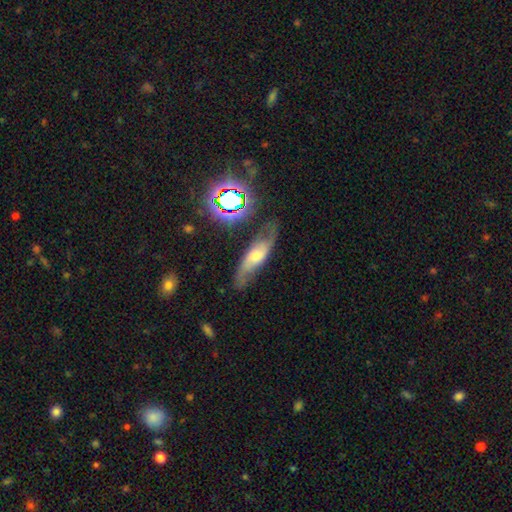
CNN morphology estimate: Smooth or featured?
  - featured or disk: 55% *
  - smooth: 32%
  - star or artifact: 13%
Edge-on disk?
  - no: 69% *
  - yes: 31%
Merging?
  - none: 67% *
  - minor disturbance: 21%
  - major disturbance: 8%
  - merger: 3%